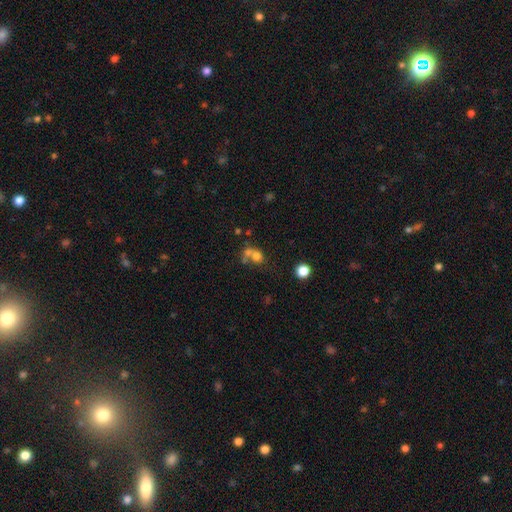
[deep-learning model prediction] Smooth or featured? smooth (67%)
How rounded? round (68%)
Merging? merger (56%)